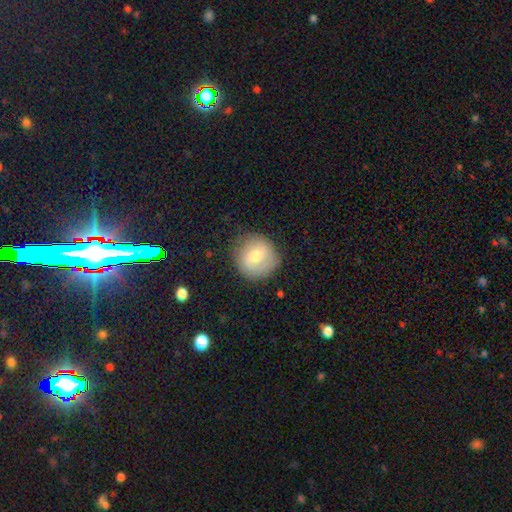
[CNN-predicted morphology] A smooth galaxy with no disk features (60%) that is round (91%).

Vote fractions:
- Smooth or featured? smooth: 60% / featured or disk: 32% / star or artifact: 8%
- How rounded? round: 91% / in between: 8% / cigar-shaped: 1%
- Merging? none: 79% / minor disturbance: 15% / major disturbance: 5% / merger: 1%